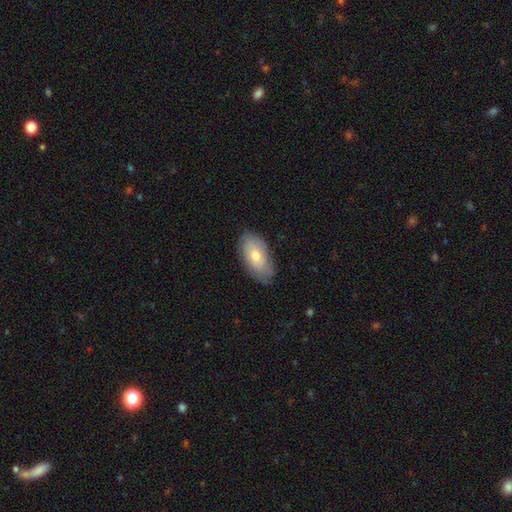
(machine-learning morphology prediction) Smooth or featured? smooth (67%)
How rounded? in between (93%)
Merging? none (74%)